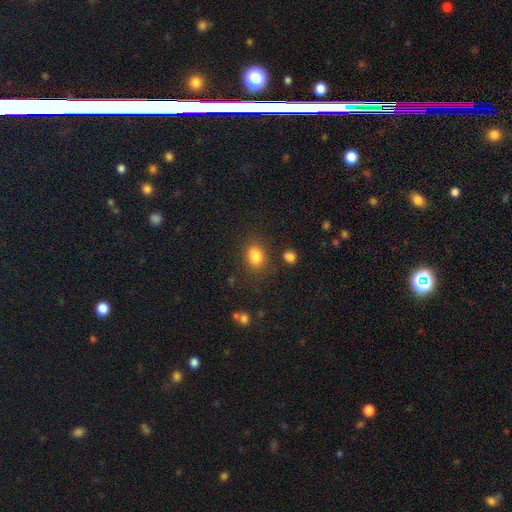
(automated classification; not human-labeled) Smooth or featured?
  - smooth: 83% *
  - star or artifact: 11%
  - featured or disk: 6%
How rounded?
  - in between: 67% *
  - round: 32%
  - cigar-shaped: 1%
Merging?
  - none: 76% *
  - minor disturbance: 14%
  - major disturbance: 5%
  - merger: 5%